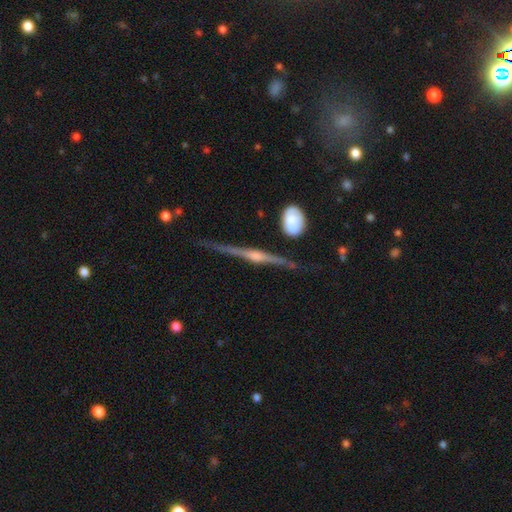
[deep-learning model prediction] Q: Smooth or featured?
A: featured or disk (86%); runner-up: smooth (7%)
Q: Edge-on disk?
A: yes (97%); runner-up: no (3%)
Q: Edge-on bulge?
A: rounded (84%); runner-up: boxy (10%)
Q: Merging?
A: none (79%); runner-up: minor disturbance (14%)